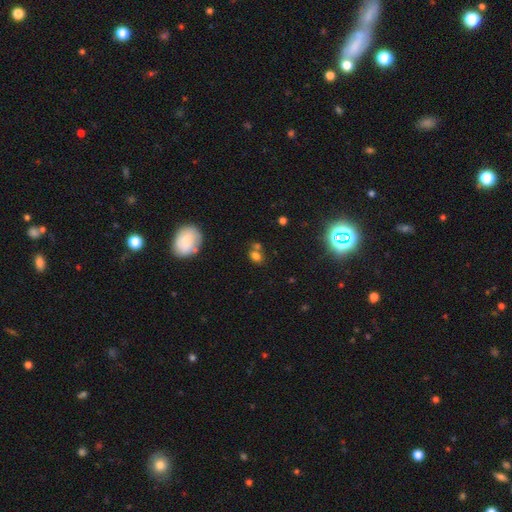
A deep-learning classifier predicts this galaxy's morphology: Overall: smooth (71%). How rounded: in between (54%; round 44%). Merging: none (52%; merger 30%).